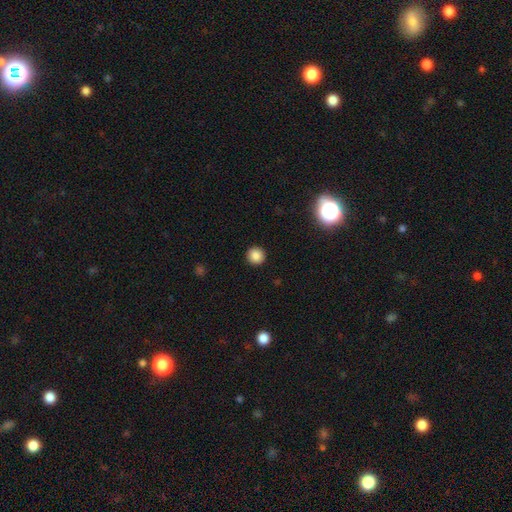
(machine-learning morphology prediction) Smooth or featured? Predicted: smooth (p=0.86). How rounded? Predicted: round (p=0.94). Merging? Predicted: none (p=0.93).